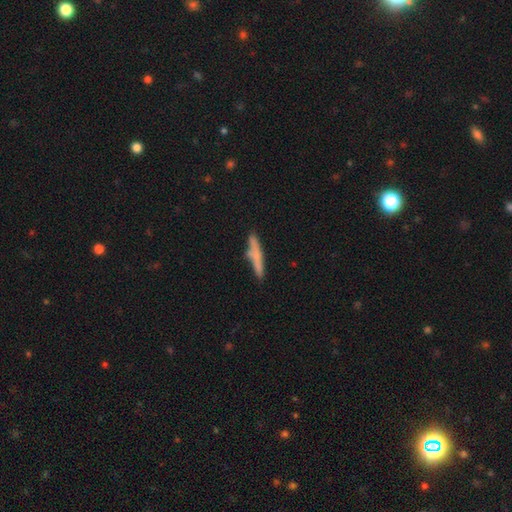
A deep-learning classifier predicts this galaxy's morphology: Overall: smooth (63%; featured or disk 29%). How rounded: cigar-shaped (91%). Merging: none (68%).